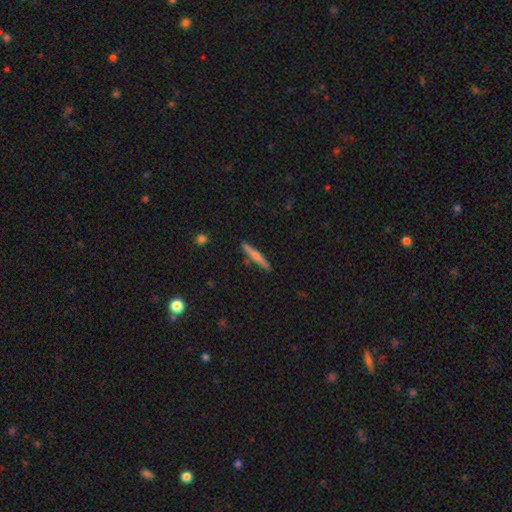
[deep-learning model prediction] A featured or disk galaxy (52%) viewed edge-on (97%) with a rounded central bulge (73%).

Vote fractions:
- Smooth or featured? featured or disk: 52% / smooth: 42% / star or artifact: 6%
- Edge-on disk? yes: 97% / no: 3%
- Edge-on bulge? rounded: 73% / none: 20% / boxy: 7%
- Merging? none: 88% / minor disturbance: 8% / merger: 2% / major disturbance: 2%